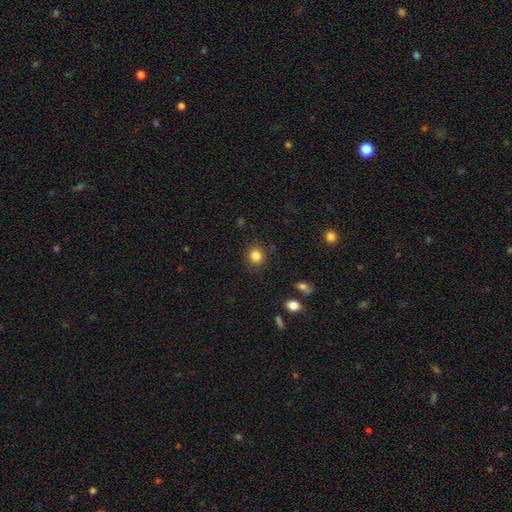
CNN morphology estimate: smooth-or-featured: smooth: 84% | star or artifact: 11% | featured or disk: 5%
  how-rounded: round: 87% | in between: 12% | cigar-shaped: 1%
  merging: none: 89% | minor disturbance: 7% | major disturbance: 2% | merger: 2%